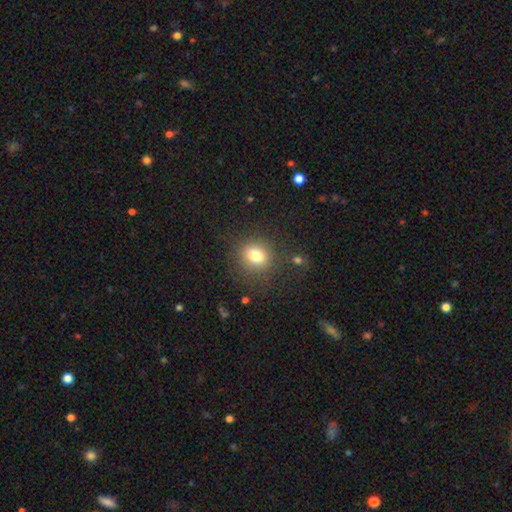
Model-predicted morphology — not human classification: Smooth or featured: smooth — 80% (star or artifact — 12%)
How rounded: round — 68% (in between — 31%)
Merging: none — 82% (minor disturbance — 10%)